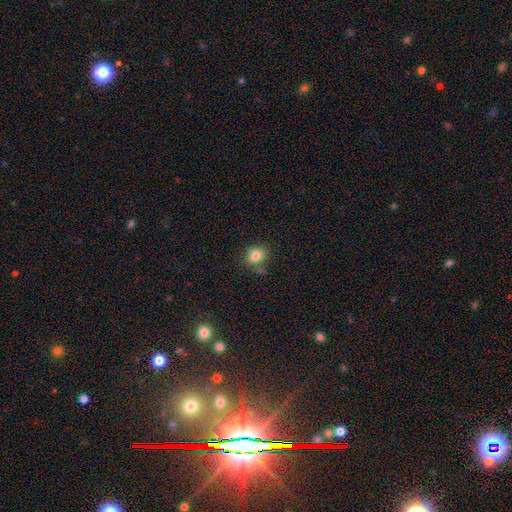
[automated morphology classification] A smooth galaxy with no disk features (82%) that is round (64%). Merging: none (71%).